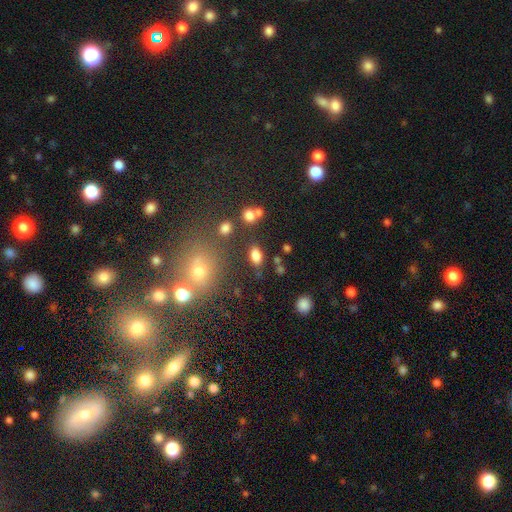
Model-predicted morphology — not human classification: Smooth or featured? smooth (80%)
How rounded? in between (87%)
Merging? none (77%)